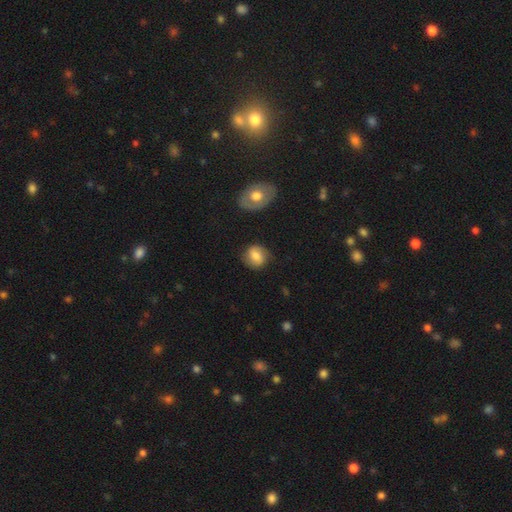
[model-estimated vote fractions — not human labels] The model was most divided on "smooth or featured": smooth: 59%, featured or disk: 34%, star or artifact: 7%. More confident: merging — none (75%); how rounded — round (68%).